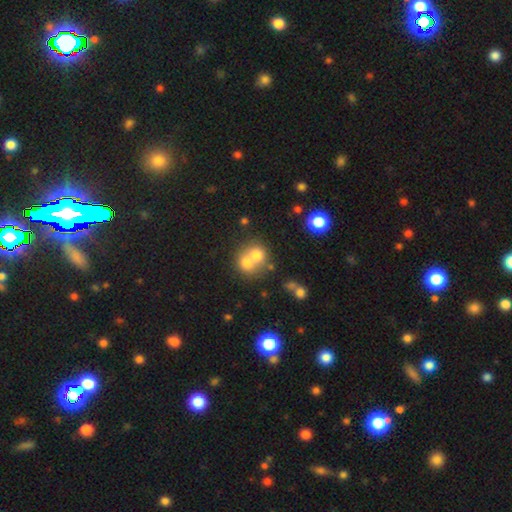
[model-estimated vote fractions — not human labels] The model was most divided on "merging": merger: 64%, none: 27%, minor disturbance: 5%, major disturbance: 3%. More confident: how rounded — round (77%); smooth or featured — smooth (69%).